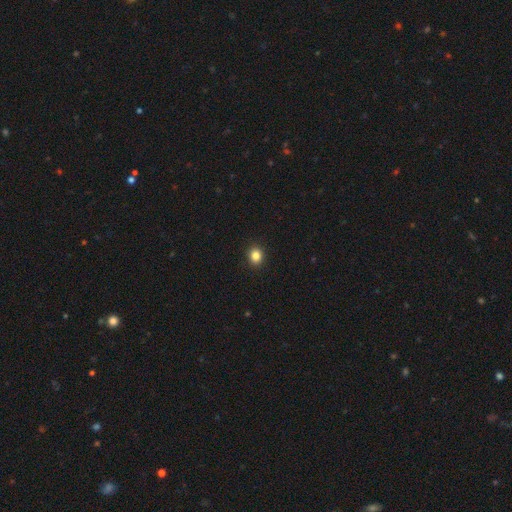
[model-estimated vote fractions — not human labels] Overall: smooth (85%). How rounded: round (68%; in between 31%). Merging: none (92%).